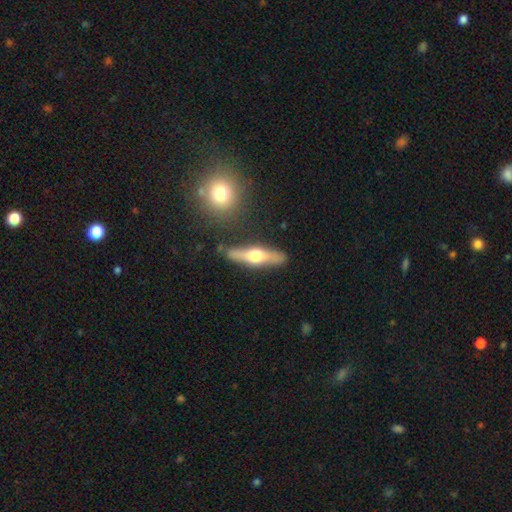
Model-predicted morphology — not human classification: smooth-or-featured: featured or disk: 58% | smooth: 37% | star or artifact: 5%
  disk-edge-on: yes: 91% | no: 9%
    edge-on-bulge: rounded: 94% | boxy: 4% | none: 3%
  merging: none: 82% | minor disturbance: 11% | merger: 4% | major disturbance: 3%